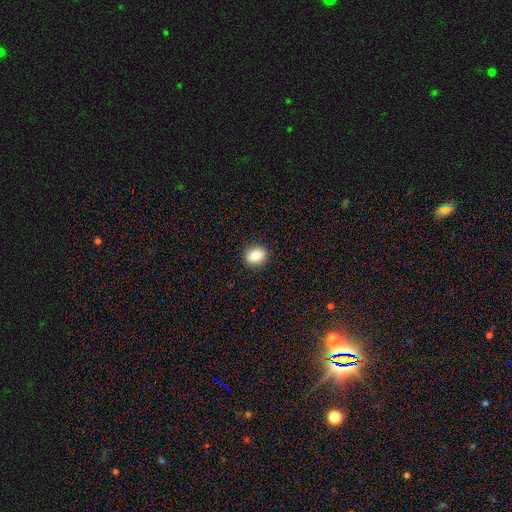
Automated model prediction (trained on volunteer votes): smooth 85%, star or artifact 9%, featured or disk 6%. Down the decision tree: how rounded — round (54%); merging — none (91%).